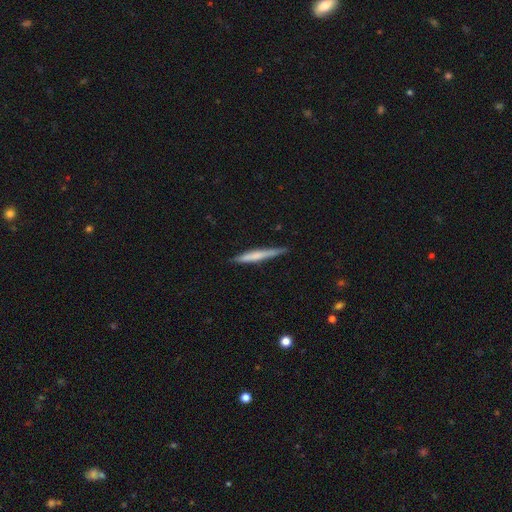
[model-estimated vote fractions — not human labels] Q: Smooth or featured?
A: smooth (55%); runner-up: featured or disk (39%)
Q: How rounded?
A: cigar-shaped (95%); runner-up: in between (3%)
Q: Merging?
A: none (84%); runner-up: minor disturbance (13%)